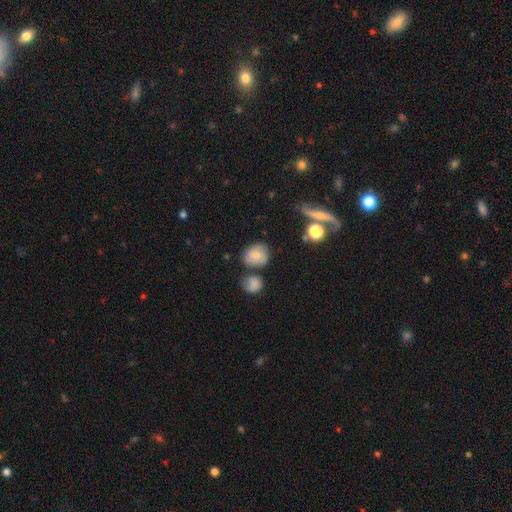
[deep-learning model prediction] Smooth or featured: smooth — 74% (featured or disk — 16%)
How rounded: round — 62% (in between — 37%)
Merging: none — 60% (minor disturbance — 21%)